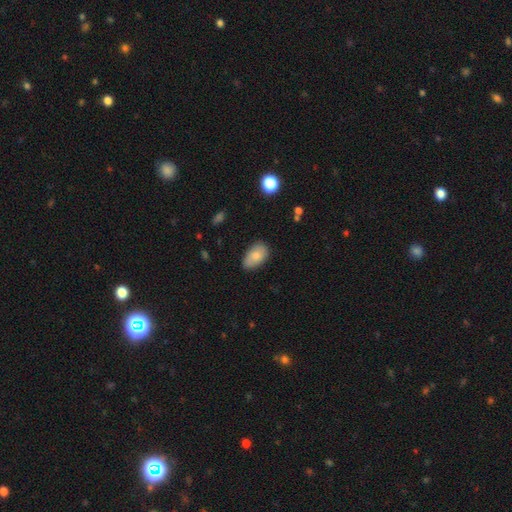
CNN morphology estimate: smooth_or_featured: smooth (p=0.82) [alt: featured or disk p=0.11]
how_rounded: in between (p=0.92) [alt: round p=0.06]
merging: none (p=0.73) [alt: minor disturbance p=0.22]